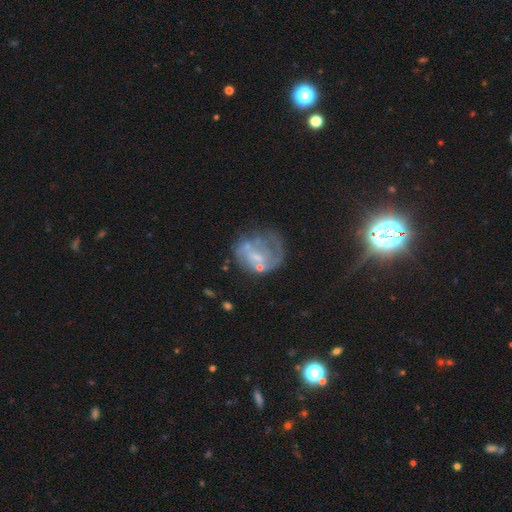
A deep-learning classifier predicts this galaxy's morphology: A featured or disk galaxy (59%) with no bar (62%), no spiral arms (59%) and no central bulge (40%).

Vote fractions:
- Smooth or featured? featured or disk: 59% / smooth: 29% / star or artifact: 12%
- Edge-on disk? no: 98% / yes: 2%
- Bar? no: 62% / weak: 30% / strong: 8%
- Spiral arms? no: 59% / yes: 41%
- Bulge size? none: 40% / small: 36% / moderate: 21% / large: 3% / dominant: 1%
- Merging? none: 40% / major disturbance: 29% / minor disturbance: 21% / merger: 9%